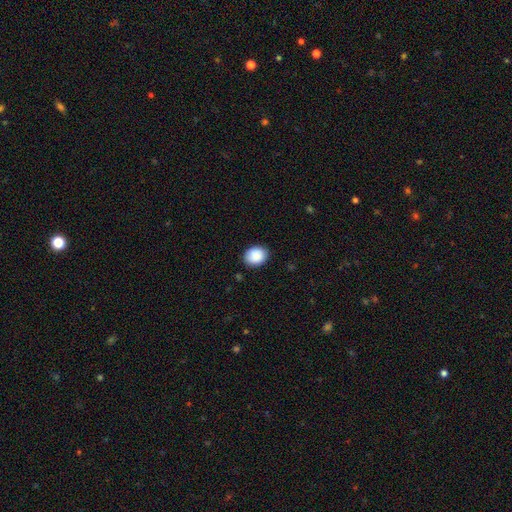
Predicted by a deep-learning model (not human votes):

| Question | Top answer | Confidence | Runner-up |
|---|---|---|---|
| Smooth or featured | smooth | 89% | star or artifact (7%) |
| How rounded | round | 56% | in between (43%) |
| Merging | none | 87% | minor disturbance (10%) |